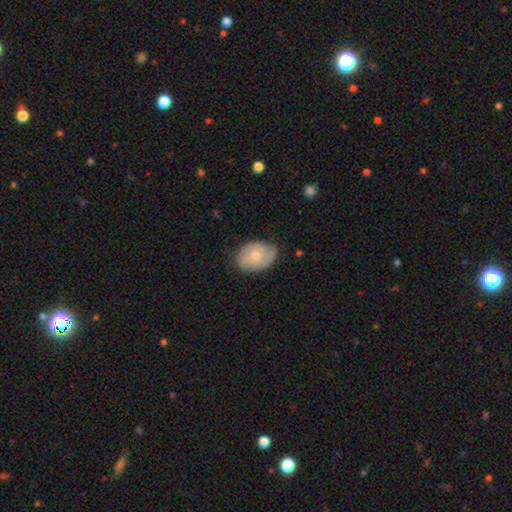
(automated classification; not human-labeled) Morphology: type=smooth (54%); roundness=in between (76%); merging=none (65%).